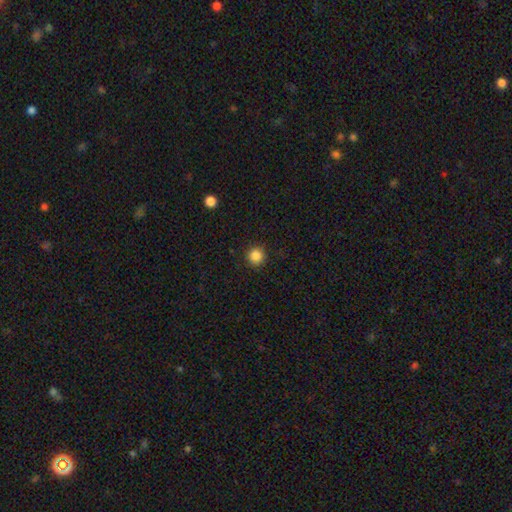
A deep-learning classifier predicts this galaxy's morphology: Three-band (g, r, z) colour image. It shows a smooth galaxy with no disk features (86%) that is round (95%). Merging: none (92%).